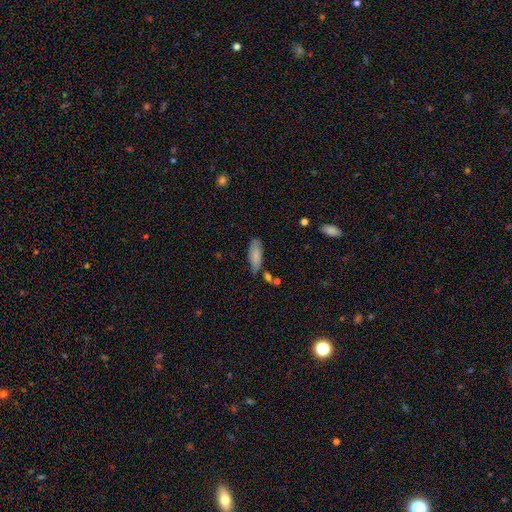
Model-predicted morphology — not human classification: Smooth or featured?
  - smooth: 81% *
  - featured or disk: 13%
  - star or artifact: 7%
How rounded?
  - in between: 70% *
  - cigar-shaped: 28%
  - round: 2%
Merging?
  - none: 69% *
  - minor disturbance: 21%
  - merger: 6%
  - major disturbance: 4%